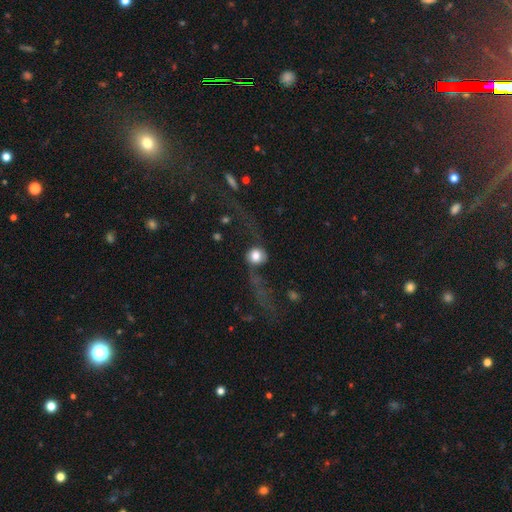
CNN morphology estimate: The model was most divided on "merging": none: 39%, major disturbance: 38%, minor disturbance: 15%, merger: 8%. Remaining: smooth or featured — smooth (49%).